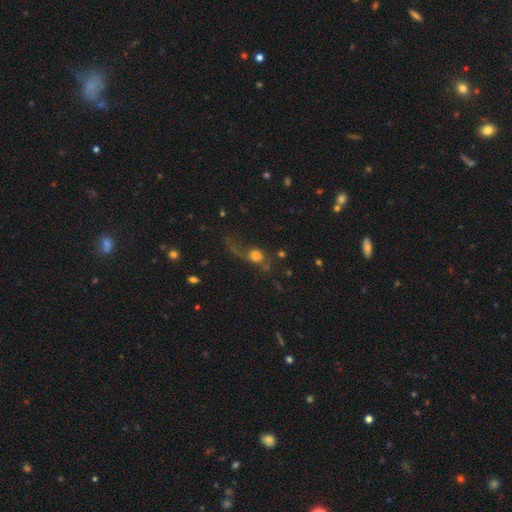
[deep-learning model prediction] smooth 59%, featured or disk 25%, star or artifact 16%. Down the decision tree: how rounded — round (71%); merging — major disturbance (42%).